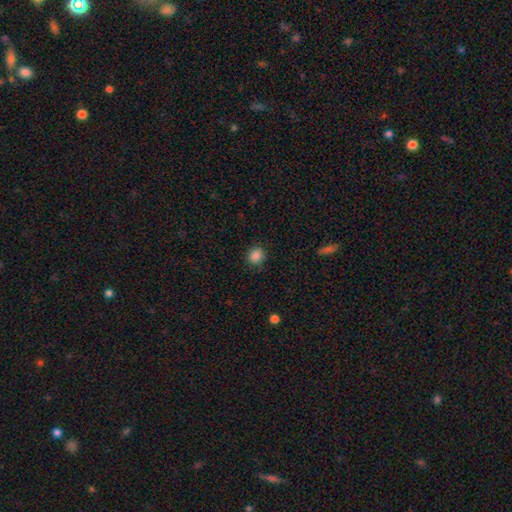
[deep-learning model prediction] Smooth or featured?
  - smooth: 86% *
  - star or artifact: 11%
  - featured or disk: 3%
How rounded?
  - round: 81% *
  - in between: 18%
  - cigar-shaped: 1%
Merging?
  - none: 87% *
  - minor disturbance: 9%
  - major disturbance: 3%
  - merger: 1%